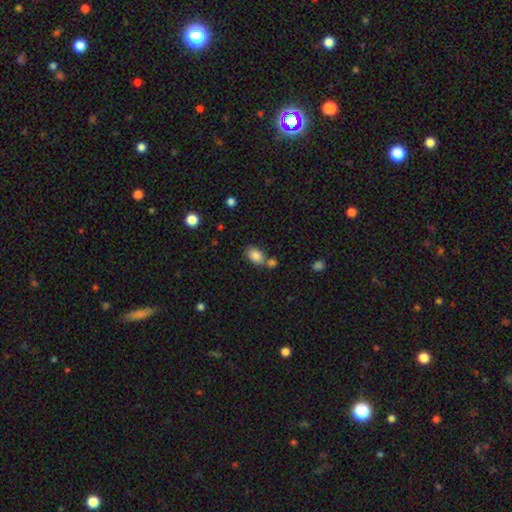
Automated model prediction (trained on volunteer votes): This is clearly a smooth galaxy (85%). How rounded: clearly in between (86%). Merging: possibly none (55%).